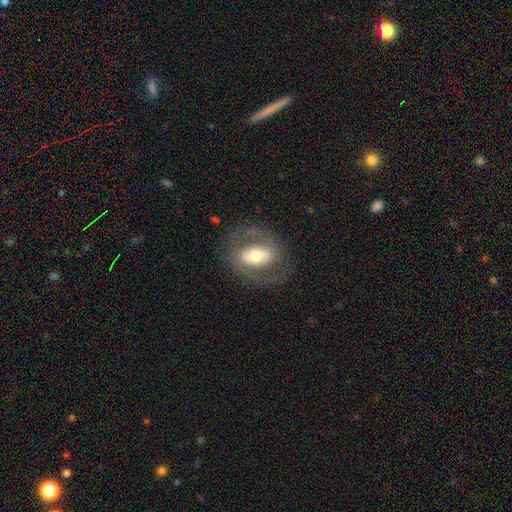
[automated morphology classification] Q: Smooth or featured?
A: featured or disk (65%); runner-up: smooth (28%)
Q: Edge-on disk?
A: no (94%); runner-up: yes (6%)
Q: Bar?
A: strong (38%); runner-up: no (32%)
Q: Spiral arms?
A: yes (55%); runner-up: no (45%)
Q: Bulge size?
A: moderate (59%); runner-up: large (21%)
Q: Merging?
A: none (74%); runner-up: minor disturbance (13%)